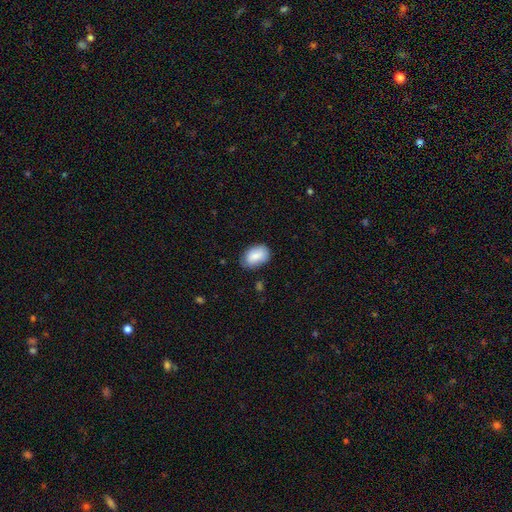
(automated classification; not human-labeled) Morphology: type=smooth (85%); roundness=in between (88%); merging=none (74%).